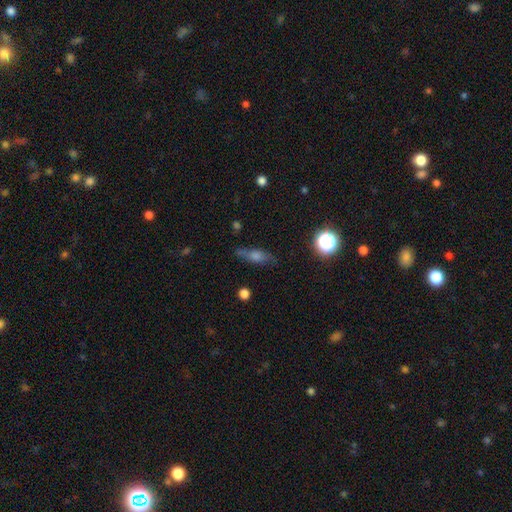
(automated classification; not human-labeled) Overall: smooth (49%; featured or disk 36%). Merging: none (75%).